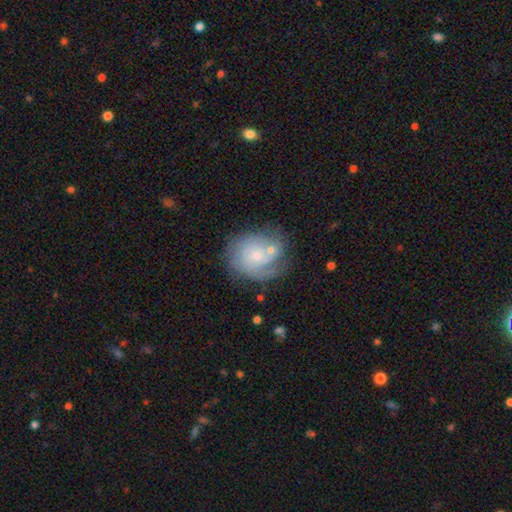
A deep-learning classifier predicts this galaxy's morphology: A featured or disk galaxy (63%) with no bar (77%), tight (54%) spiral arms (84%) and a small central bulge (71%).

Vote fractions:
- Smooth or featured? featured or disk: 63% / smooth: 29% / star or artifact: 8%
- Edge-on disk? no: 98% / yes: 2%
- Bar? no: 77% / weak: 20% / strong: 3%
- Spiral arms? yes: 84% / no: 16%
- Spiral winding? tight: 54% / medium: 33% / loose: 13%
- Spiral arm count? can't tell: 39% / 2: 23% / 3: 17% / 1: 9% / 4: 6% / more than 4: 4%
- Bulge size? small: 71% / moderate: 22% / none: 4% / large: 2% / dominant: 1%
- Merging? none: 47% / merger: 22% / minor disturbance: 19% / major disturbance: 12%